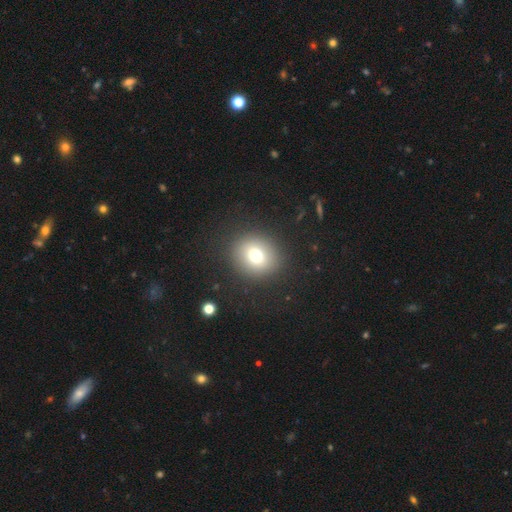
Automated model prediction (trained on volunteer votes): smooth-or-featured: smooth: 74% | star or artifact: 14% | featured or disk: 12%
  how-rounded: round: 79% | in between: 21% | cigar-shaped: 1%
  merging: none: 89% | minor disturbance: 7% | major disturbance: 4% | merger: 1%